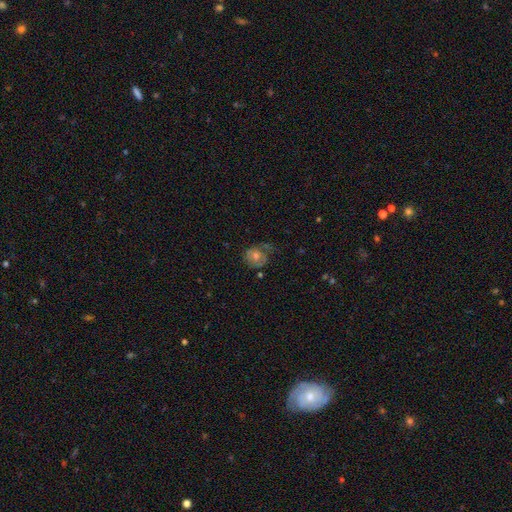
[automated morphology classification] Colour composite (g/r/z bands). It shows a featured or disk galaxy (58%) with no bar (79%), spiral arms (74%) and a moderate central bulge (63%). Merging: none (56%).